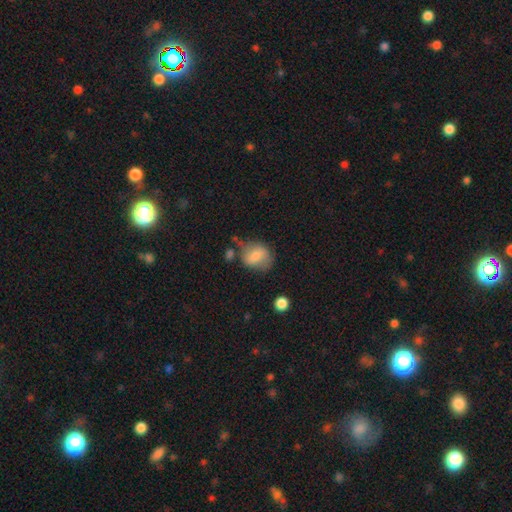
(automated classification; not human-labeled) Smooth or featured?
  - smooth: 72% *
  - featured or disk: 19%
  - star or artifact: 9%
How rounded?
  - round: 51% *
  - in between: 47%
  - cigar-shaped: 1%
Merging?
  - none: 53% *
  - minor disturbance: 27%
  - major disturbance: 12%
  - merger: 8%